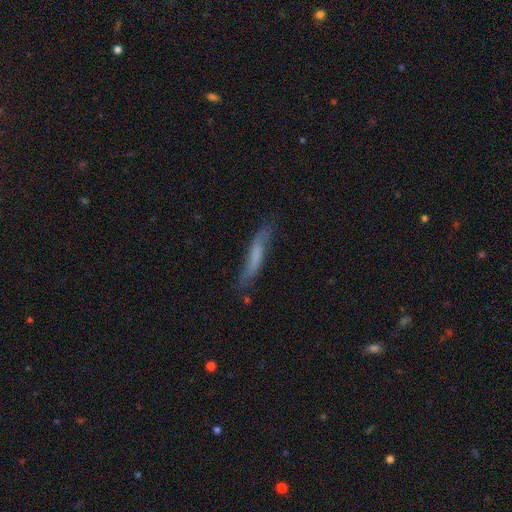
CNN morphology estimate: smooth 47%, featured or disk 44%, star or artifact 8%. Down the decision tree: merging — none (67%).